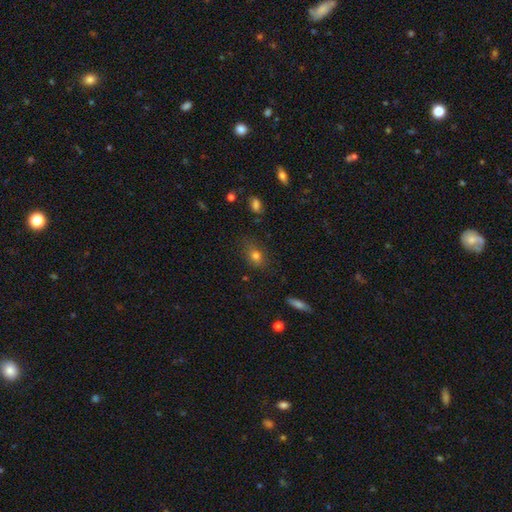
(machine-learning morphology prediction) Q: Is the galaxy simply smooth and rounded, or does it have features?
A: smooth — 76%.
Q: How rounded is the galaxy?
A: in between — 66%.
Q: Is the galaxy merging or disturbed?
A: none — 74%.